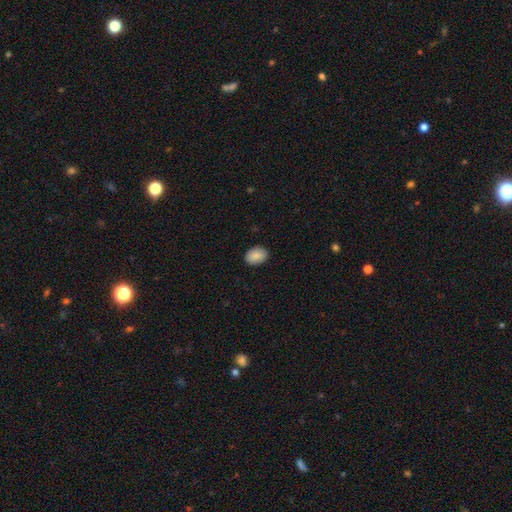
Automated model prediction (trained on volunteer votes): Overall: smooth (89%). How rounded: in between (80%). Merging: none (88%).